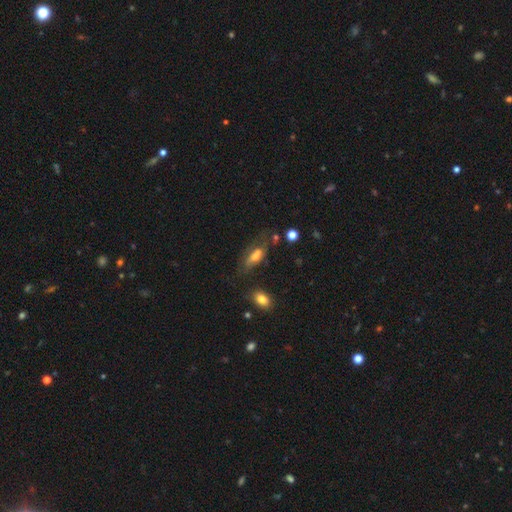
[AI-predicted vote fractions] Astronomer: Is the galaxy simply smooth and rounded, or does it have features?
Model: smooth — 57% (runner-up: featured or disk, 32%).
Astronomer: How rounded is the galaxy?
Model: in between — 67%.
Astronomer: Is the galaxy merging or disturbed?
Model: none — 48% (runner-up: minor disturbance, 25%).